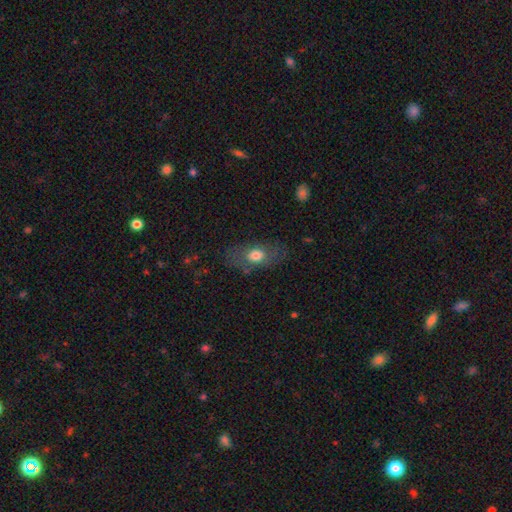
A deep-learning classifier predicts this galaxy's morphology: Smooth or featured?
  - smooth: 68% *
  - featured or disk: 23%
  - star or artifact: 9%
How rounded?
  - in between: 80% *
  - round: 14%
  - cigar-shaped: 5%
Merging?
  - none: 74% *
  - minor disturbance: 16%
  - major disturbance: 8%
  - merger: 2%